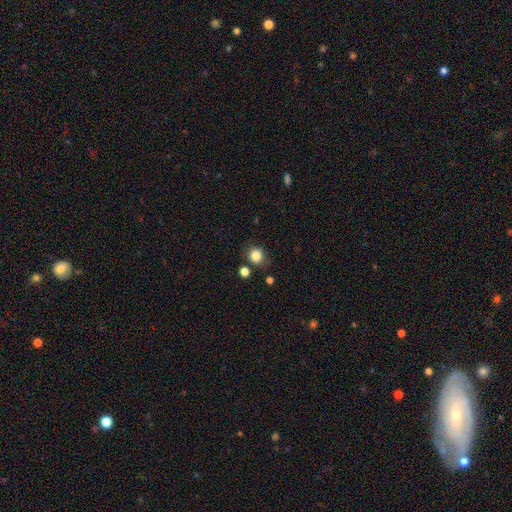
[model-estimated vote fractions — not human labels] Q: Smooth or featured?
A: smooth (84%); runner-up: star or artifact (11%)
Q: How rounded?
A: round (81%); runner-up: in between (18%)
Q: Merging?
A: none (76%); runner-up: minor disturbance (14%)